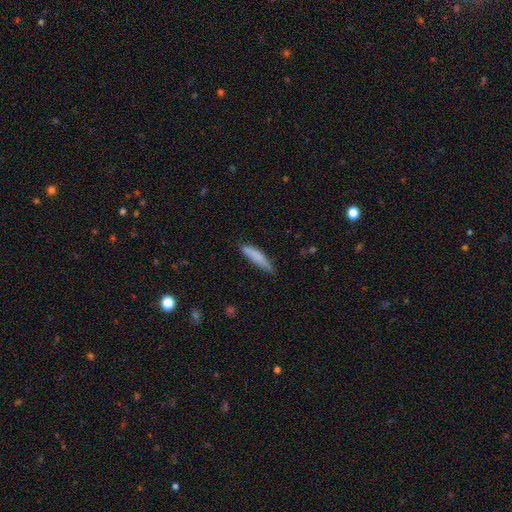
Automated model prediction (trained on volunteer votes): A smooth galaxy with no disk features (80%) that is cigar-shaped (84%).

Vote fractions:
- Smooth or featured? smooth: 80% / featured or disk: 13% / star or artifact: 6%
- How rounded? cigar-shaped: 84% / in between: 15% / round: 1%
- Merging? none: 68% / minor disturbance: 25% / major disturbance: 5% / merger: 2%